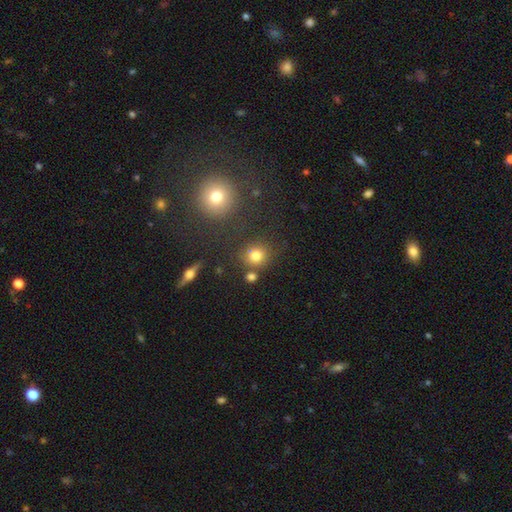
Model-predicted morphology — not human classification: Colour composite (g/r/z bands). It shows a smooth galaxy with no disk features (77%) that is round (87%). Merging: none (76%).